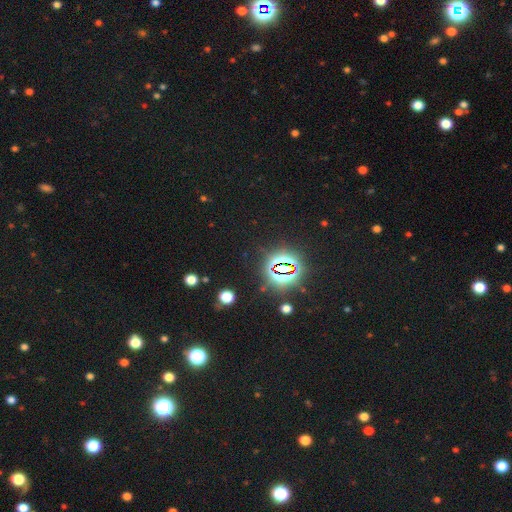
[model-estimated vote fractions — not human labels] This is likely a star or artifact rather than a galaxy (76%).